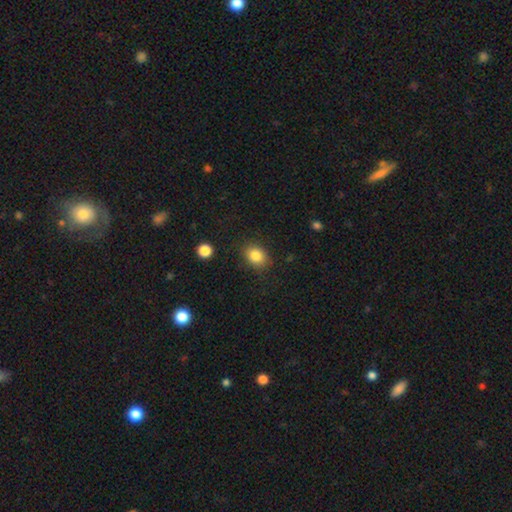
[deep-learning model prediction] Smooth or featured: smooth — 84% (star or artifact — 10%)
How rounded: in between — 53% (round — 46%)
Merging: none — 84% (minor disturbance — 11%)